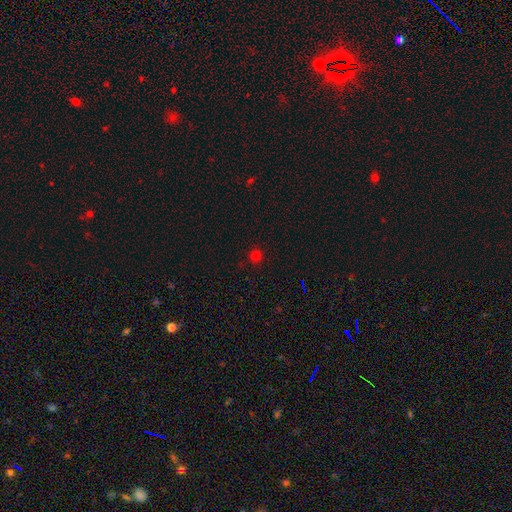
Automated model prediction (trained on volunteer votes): Smooth or featured?
  - smooth: 74% *
  - star or artifact: 22%
  - featured or disk: 5%
How rounded?
  - round: 93% *
  - in between: 6%
  - cigar-shaped: 1%
Merging?
  - none: 90% *
  - minor disturbance: 7%
  - major disturbance: 2%
  - merger: 1%